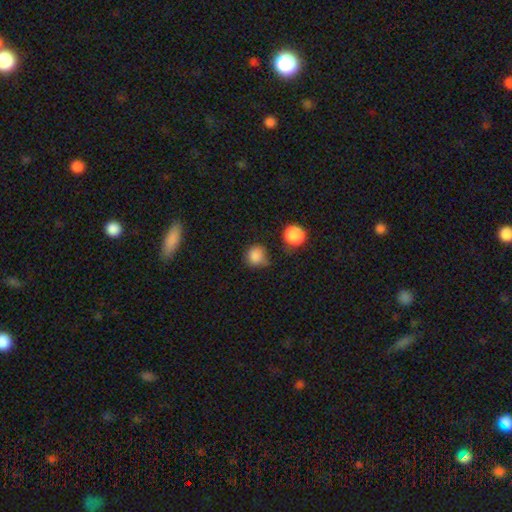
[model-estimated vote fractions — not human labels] Morphology: type=smooth (84%); roundness=round (87%); merging=none (62%).